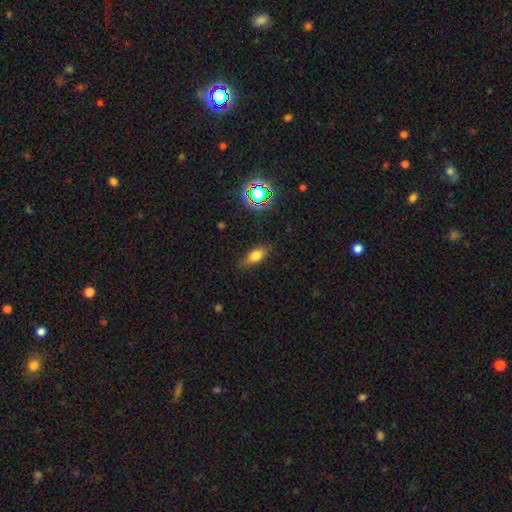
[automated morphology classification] This appears to be a smooth galaxy with no disk features (72%) that is in between round and cigar-shaped (77%). Merging: none (78%).